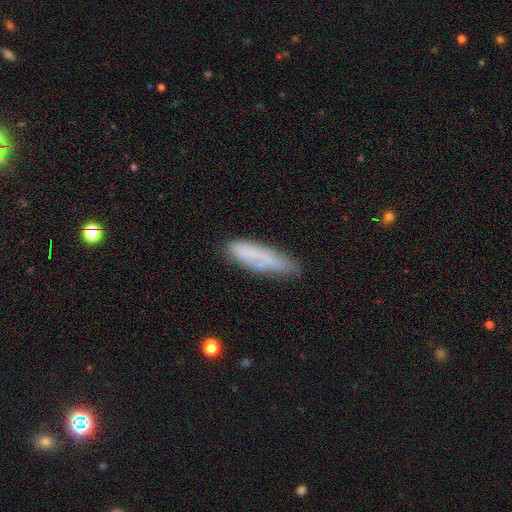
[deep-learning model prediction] smooth_or_featured: smooth (p=0.61) [alt: featured or disk p=0.31]
how_rounded: cigar-shaped (p=0.71) [alt: in between p=0.27]
merging: none (p=0.61) [alt: minor disturbance p=0.25]